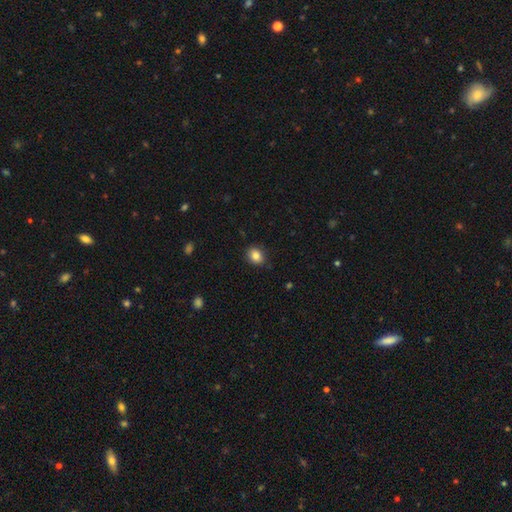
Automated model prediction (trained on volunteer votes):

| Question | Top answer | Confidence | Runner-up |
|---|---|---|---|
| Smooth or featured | smooth | 84% | star or artifact (10%) |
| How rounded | round | 50% | in between (49%) |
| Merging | none | 87% | minor disturbance (10%) |